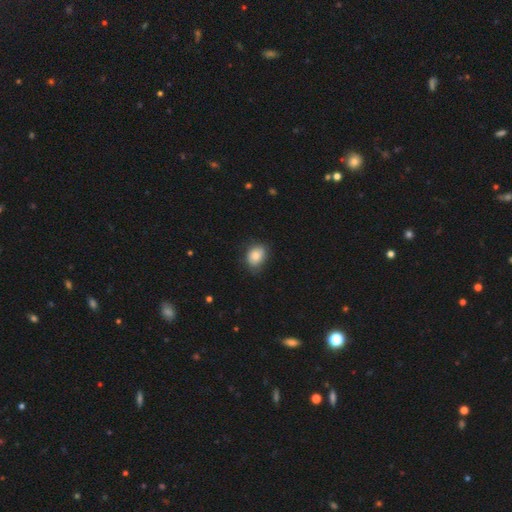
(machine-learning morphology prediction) Q: Smooth or featured?
A: smooth (81%); runner-up: featured or disk (11%)
Q: How rounded?
A: in between (60%); runner-up: round (39%)
Q: Merging?
A: none (72%); runner-up: minor disturbance (22%)